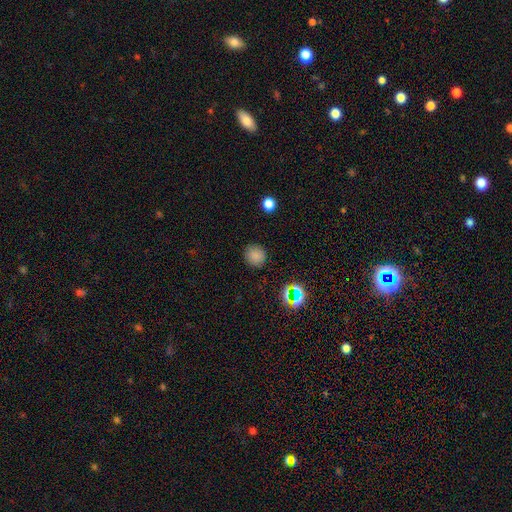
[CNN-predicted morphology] Overall: smooth (79%). How rounded: round (88%). Merging: none (88%).